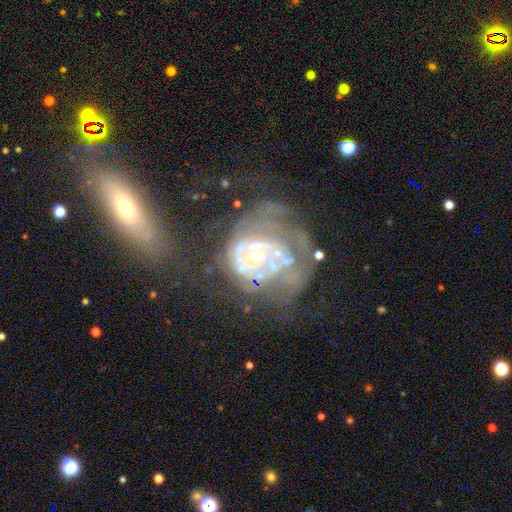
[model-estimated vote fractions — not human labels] Smooth or featured: featured or disk — 79% (smooth — 12%)
Edge-on disk: no — 98% (yes — 2%)
Bar: no — 81% (weak — 15%)
Spiral arms: yes — 64% (no — 36%)
Bulge size: moderate — 61% (small — 26%)
Merging: major disturbance — 42% (none — 27%)